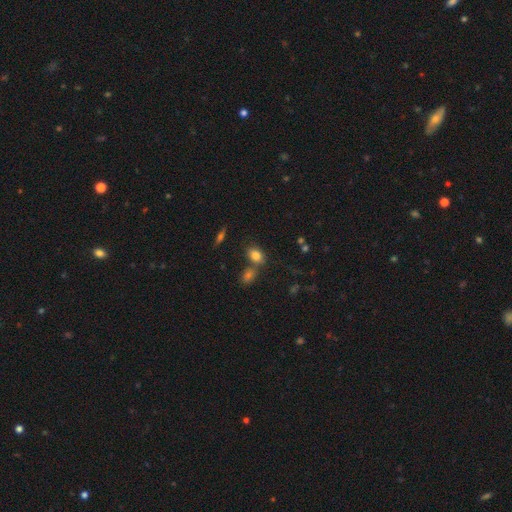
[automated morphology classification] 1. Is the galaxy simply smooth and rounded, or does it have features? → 81% smooth, 11% star or artifact, 9% featured or disk.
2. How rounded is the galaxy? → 75% in between, 23% round, 2% cigar-shaped.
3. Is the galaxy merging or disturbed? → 60% none, 25% merger, 12% minor disturbance, 4% major disturbance.